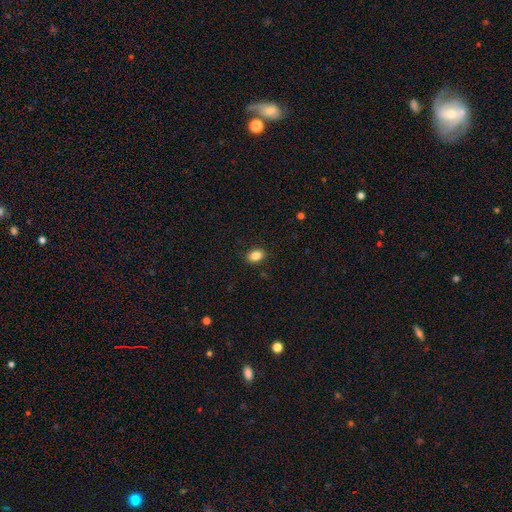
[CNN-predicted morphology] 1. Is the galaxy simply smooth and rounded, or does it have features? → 86% smooth, 9% star or artifact, 4% featured or disk.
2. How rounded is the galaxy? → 77% in between, 22% round, 1% cigar-shaped.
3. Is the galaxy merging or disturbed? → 89% none, 8% minor disturbance, 2% major disturbance, 1% merger.